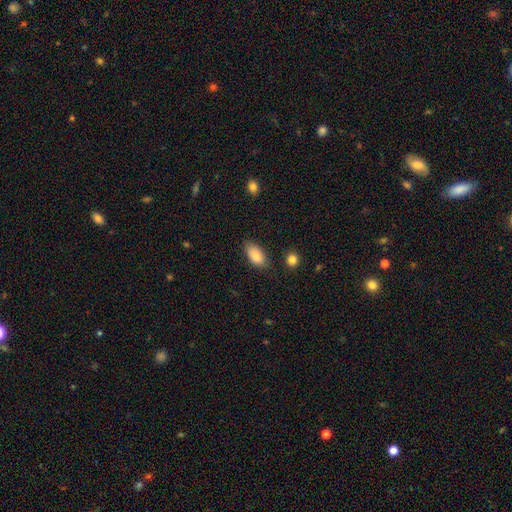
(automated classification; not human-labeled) This appears to be a smooth galaxy with no disk features (86%) that is in between round and cigar-shaped (93%). Merging: none (77%).